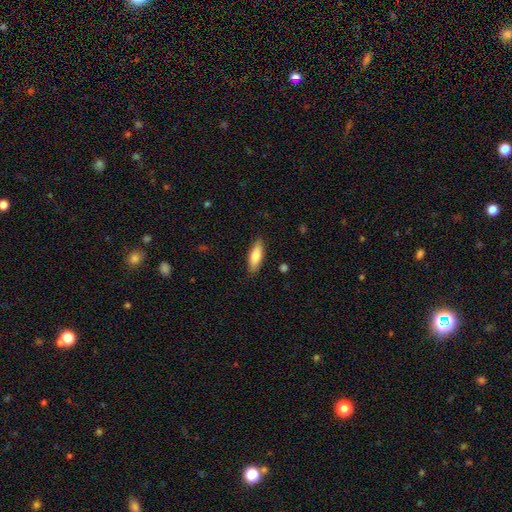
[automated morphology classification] The model was most divided on "how rounded": in between: 56%, cigar-shaped: 42%, round: 2%. More confident: merging — none (86%); smooth or featured — smooth (77%).